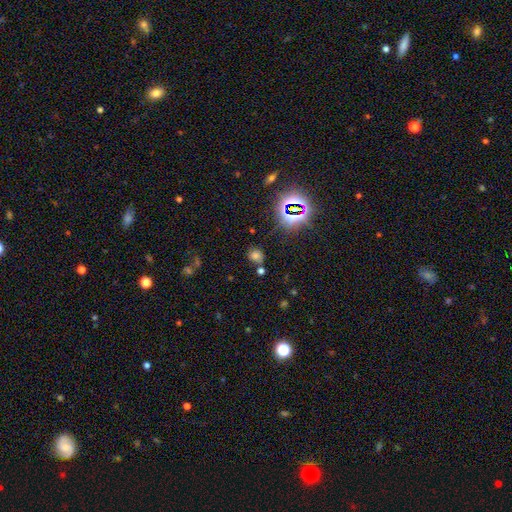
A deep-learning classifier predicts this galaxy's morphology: This appears to be a smooth galaxy with no disk features (54%) that is round (67%). Merging: none (72%).